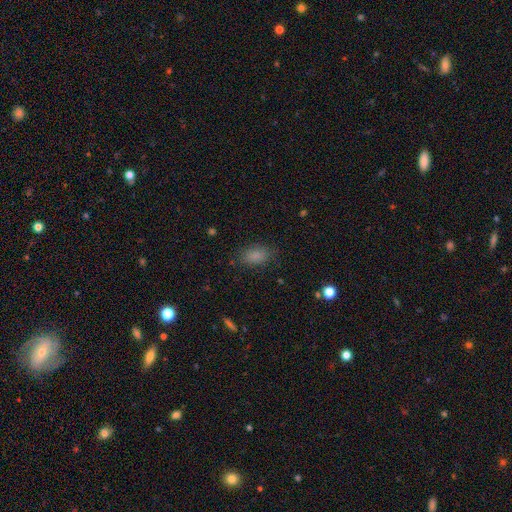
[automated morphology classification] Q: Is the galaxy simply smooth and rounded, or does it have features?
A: smooth — 84%.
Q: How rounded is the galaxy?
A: in between — 89%.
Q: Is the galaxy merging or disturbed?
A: none — 81%.